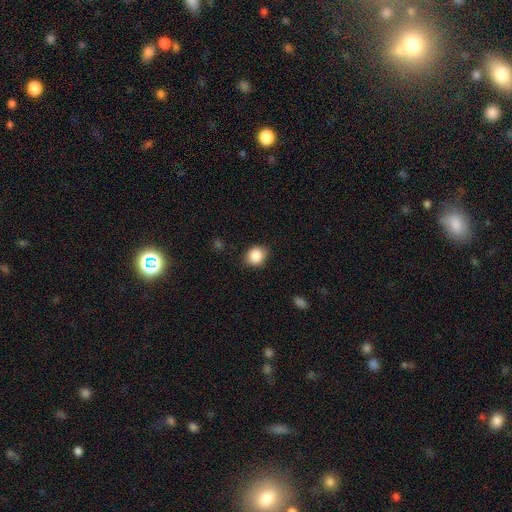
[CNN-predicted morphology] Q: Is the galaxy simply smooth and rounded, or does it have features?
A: smooth — 87%.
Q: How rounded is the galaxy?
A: round — 68%.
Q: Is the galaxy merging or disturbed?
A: none — 83%.